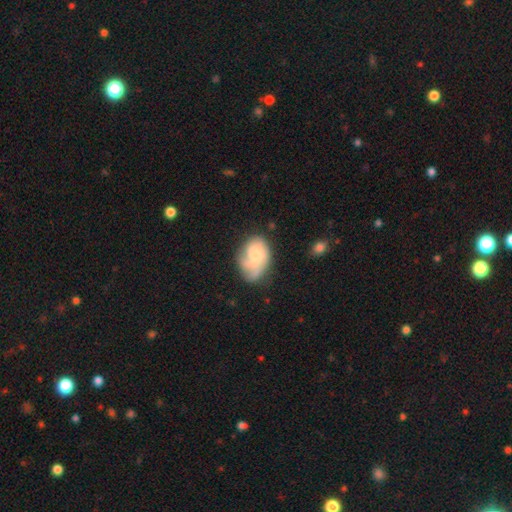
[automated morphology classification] A featured or disk galaxy (49%). Merging: none (43%).